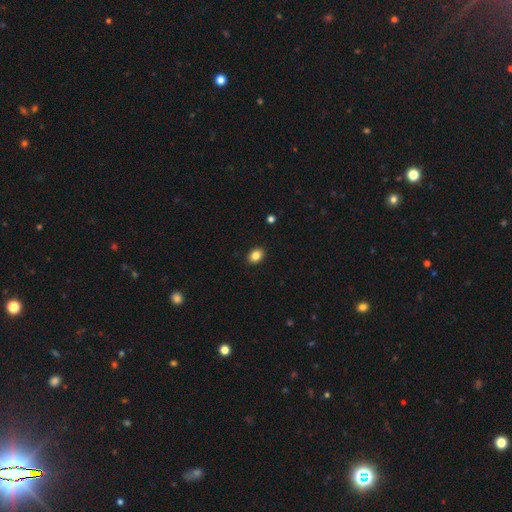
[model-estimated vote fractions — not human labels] A smooth galaxy with no disk features (85%) that is in between round and cigar-shaped (64%). Merging: none (91%).